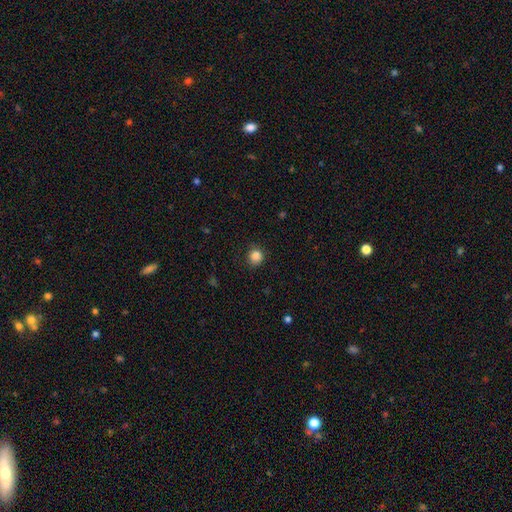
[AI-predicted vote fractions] smooth-or-featured: smooth: 85% | star or artifact: 11% | featured or disk: 4%
  how-rounded: round: 89% | in between: 10% | cigar-shaped: 1%
  merging: none: 86% | minor disturbance: 10% | major disturbance: 3% | merger: 1%